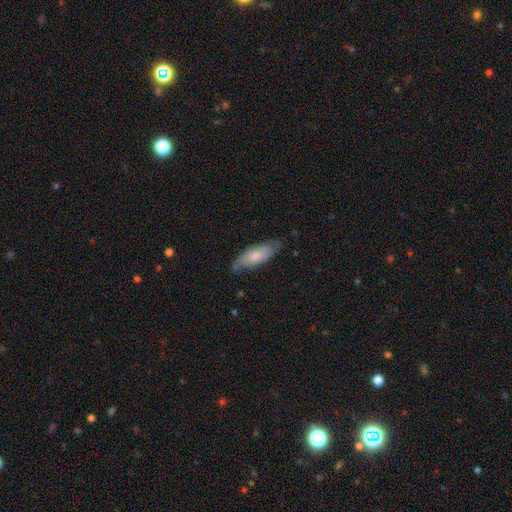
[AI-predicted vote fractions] Q: Smooth or featured?
A: smooth (65%); runner-up: featured or disk (29%)
Q: How rounded?
A: in between (72%); runner-up: cigar-shaped (26%)
Q: Merging?
A: none (67%); runner-up: minor disturbance (26%)